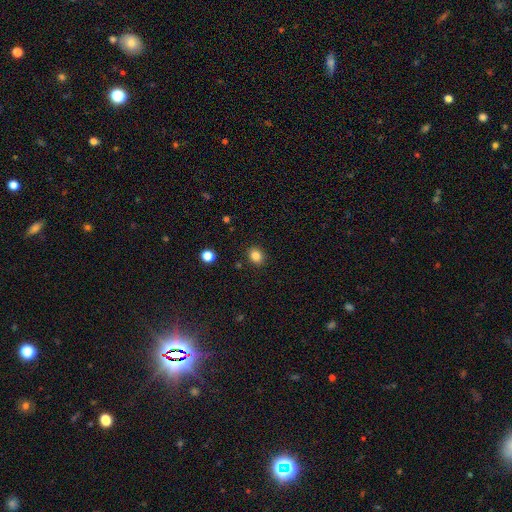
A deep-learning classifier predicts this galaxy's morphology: type=smooth (85%); roundness=round (57%); merging=none (88%).